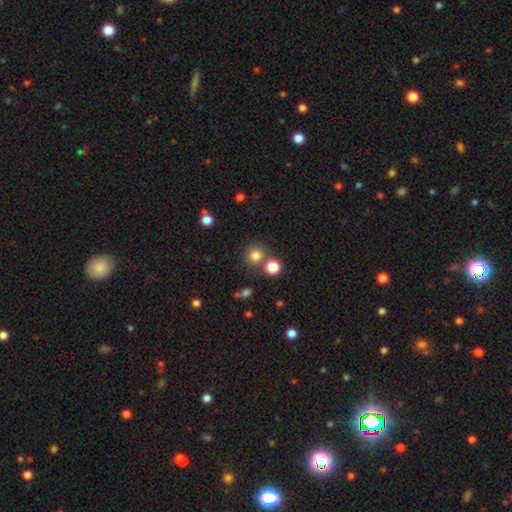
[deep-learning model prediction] smooth-or-featured: smooth: 79% | star or artifact: 14% | featured or disk: 7%
  how-rounded: round: 91% | in between: 8% | cigar-shaped: 1%
  merging: none: 72% | merger: 16% | minor disturbance: 8% | major disturbance: 4%